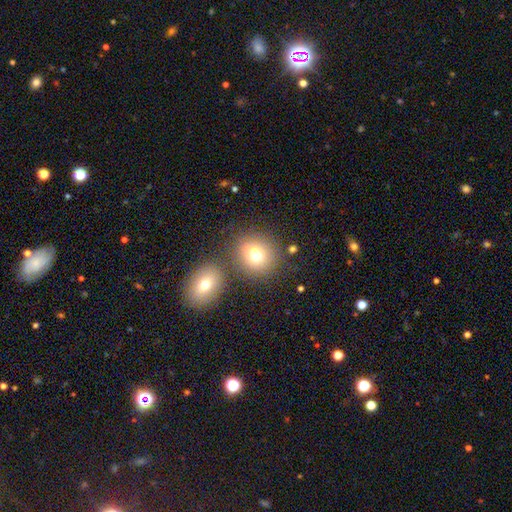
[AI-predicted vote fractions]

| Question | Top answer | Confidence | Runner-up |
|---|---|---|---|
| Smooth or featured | smooth | 73% | featured or disk (14%) |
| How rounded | round | 84% | in between (15%) |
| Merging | none | 61% | merger (24%) |